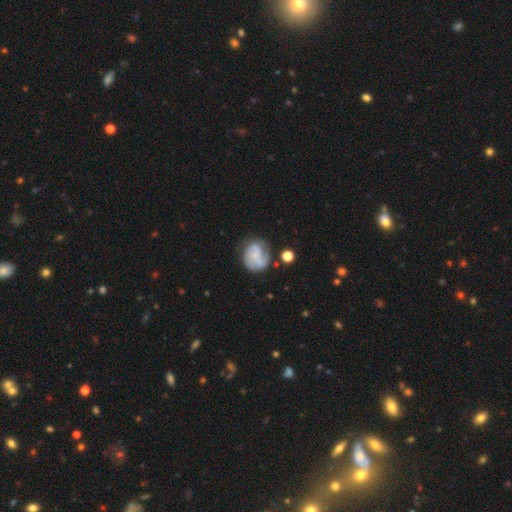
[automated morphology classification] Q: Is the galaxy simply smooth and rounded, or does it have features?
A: smooth — 49%.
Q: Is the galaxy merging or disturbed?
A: none — 46%.